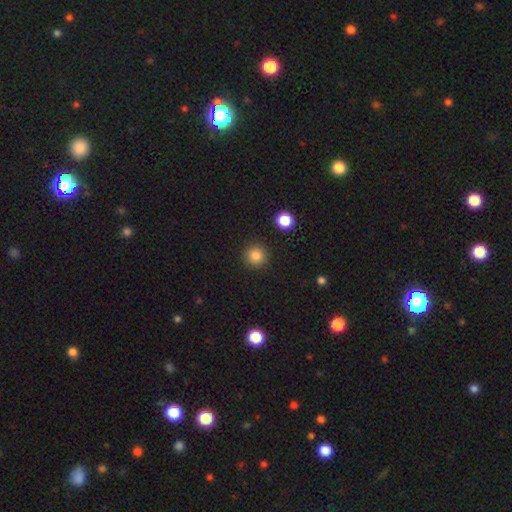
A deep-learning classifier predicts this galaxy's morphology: Smooth or featured? smooth (84%)
How rounded? round (95%)
Merging? none (91%)